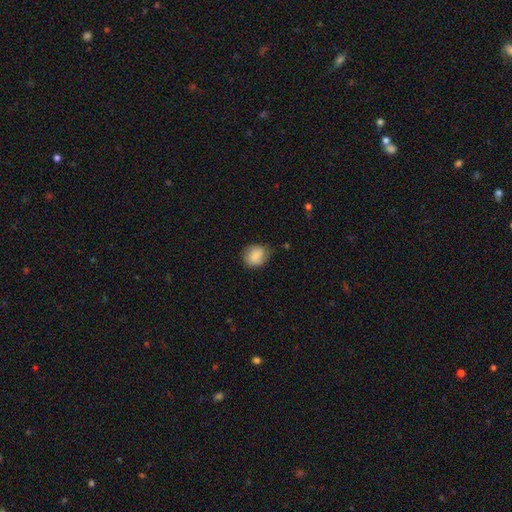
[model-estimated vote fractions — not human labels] This is clearly a smooth galaxy (81%). How rounded: likely round (62%). Merging: likely none (69%).